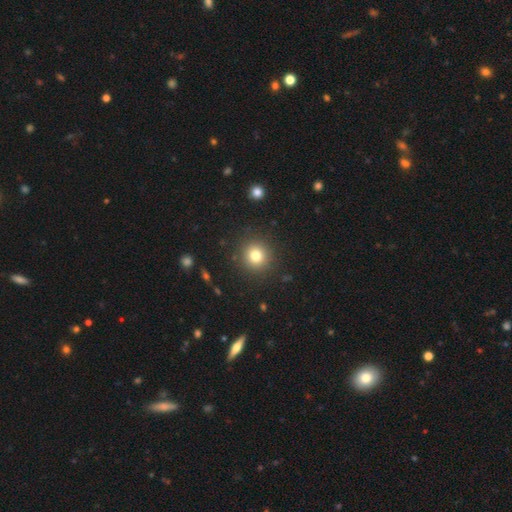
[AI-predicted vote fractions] The model was most divided on "smooth or featured": smooth: 79%, star or artifact: 13%, featured or disk: 8%. More confident: how rounded — round (92%); merging — none (90%).